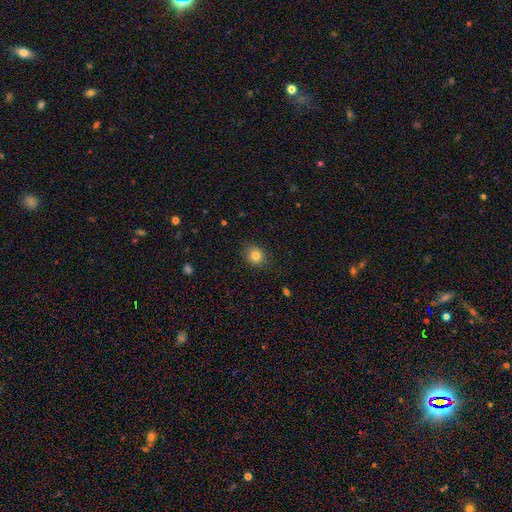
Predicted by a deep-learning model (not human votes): Morphology: type=smooth (81%); roundness=round (75%); merging=none (86%).